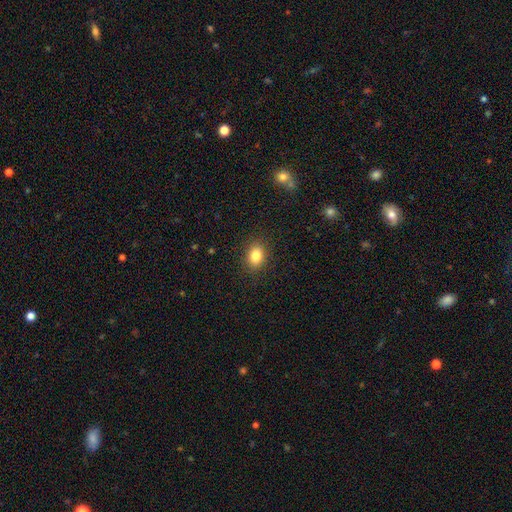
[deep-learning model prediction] smooth_or_featured: smooth (p=0.83) [alt: star or artifact p=0.10]
how_rounded: in between (p=0.66) [alt: round p=0.33]
merging: none (p=0.88) [alt: minor disturbance p=0.08]